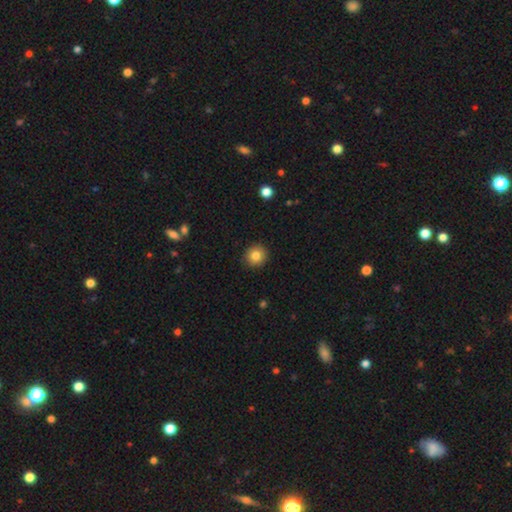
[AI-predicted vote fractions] Smooth or featured? smooth (83%)
How rounded? round (90%)
Merging? none (92%)